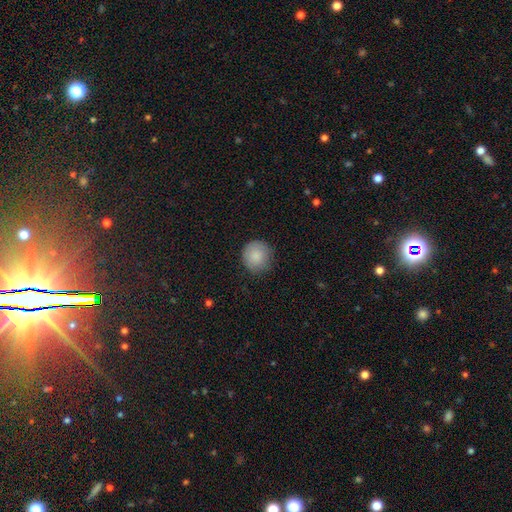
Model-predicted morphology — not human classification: Smooth or featured? Predicted: smooth (p=0.86). How rounded? Predicted: round (p=0.93). Merging? Predicted: none (p=0.82).